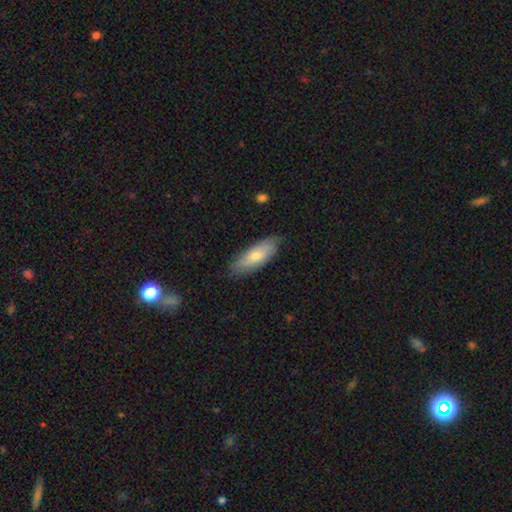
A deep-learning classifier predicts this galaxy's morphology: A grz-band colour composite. It shows a smooth galaxy with no disk features (67%) that is in between round and cigar-shaped (63%). Merging: none (79%).